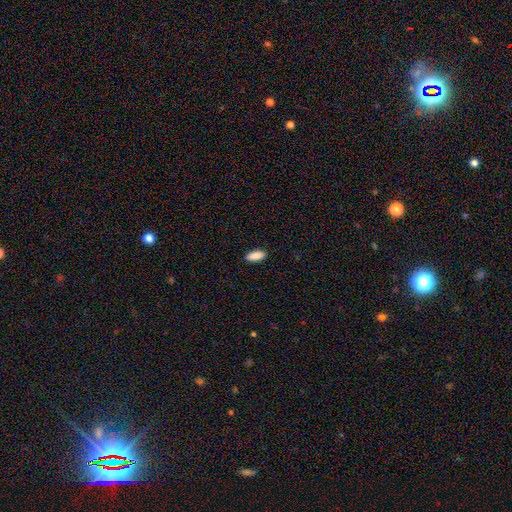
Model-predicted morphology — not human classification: Q: Smooth or featured?
A: smooth (88%); runner-up: star or artifact (6%)
Q: How rounded?
A: in between (81%); runner-up: cigar-shaped (17%)
Q: Merging?
A: none (89%); runner-up: minor disturbance (8%)